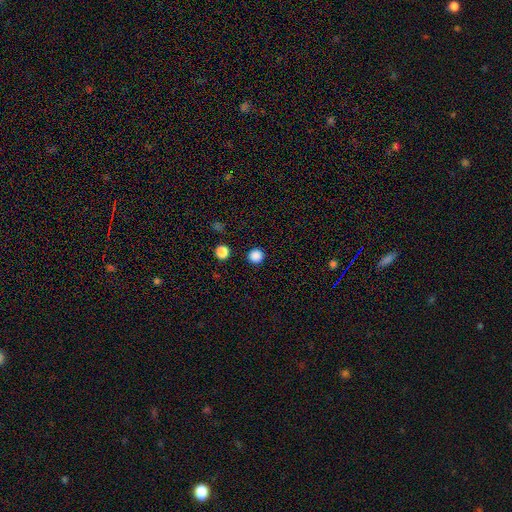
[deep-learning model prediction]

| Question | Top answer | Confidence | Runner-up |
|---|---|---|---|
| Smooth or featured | smooth | 86% | star or artifact (11%) |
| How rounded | round | 96% | in between (3%) |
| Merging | none | 92% | minor disturbance (4%) |